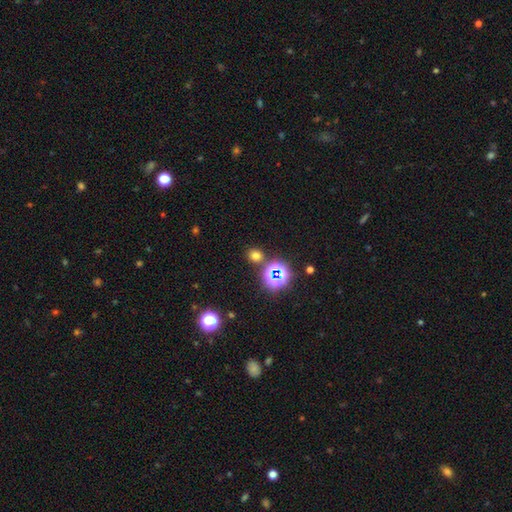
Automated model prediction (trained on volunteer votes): Overall: smooth (65%; star or artifact 29%). How rounded: round (87%). Merging: none (83%).